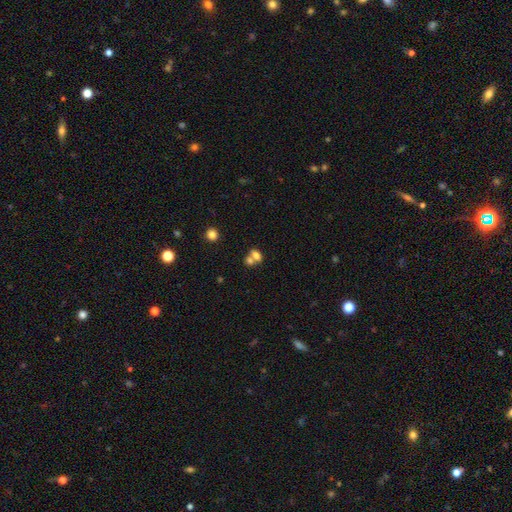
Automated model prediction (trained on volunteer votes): smooth_or_featured: smooth (p=0.72) [alt: featured or disk p=0.16]
how_rounded: in between (p=0.71) [alt: round p=0.26]
merging: merger (p=0.56) [alt: none p=0.32]